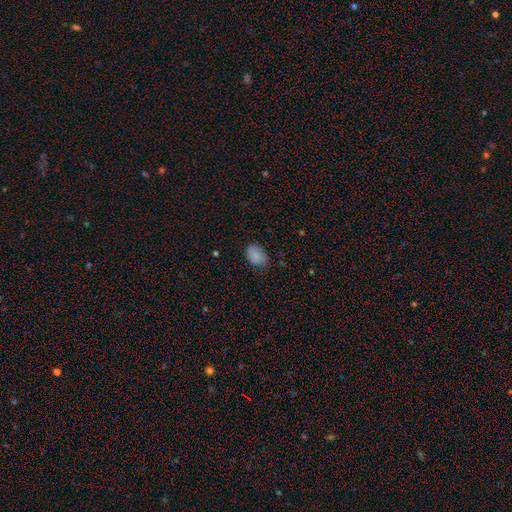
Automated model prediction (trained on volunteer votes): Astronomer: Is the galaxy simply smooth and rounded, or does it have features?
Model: smooth — 86%.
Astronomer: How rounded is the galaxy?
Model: in between — 77%.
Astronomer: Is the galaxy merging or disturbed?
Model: none — 74%.